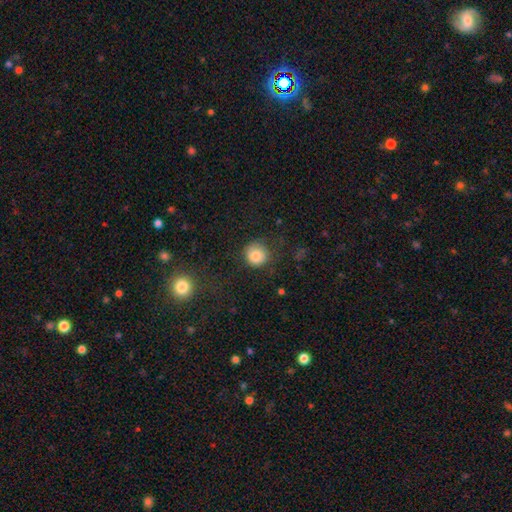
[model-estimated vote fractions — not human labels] Overall: smooth (81%). How rounded: round (91%). Merging: none (70%).